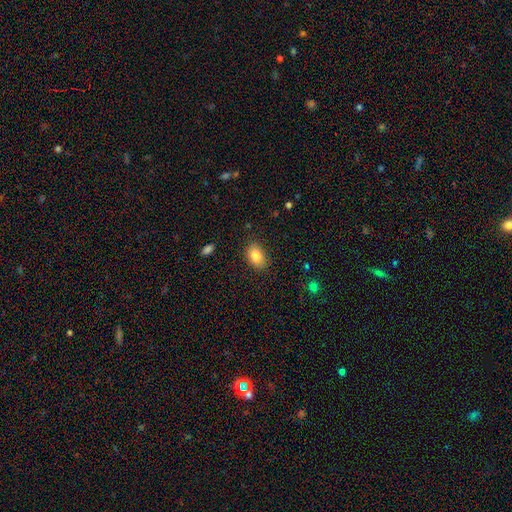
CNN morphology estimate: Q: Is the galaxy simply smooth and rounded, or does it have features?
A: smooth — 86%.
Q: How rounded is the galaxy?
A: in between — 86%.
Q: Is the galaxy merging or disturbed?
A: none — 82%.